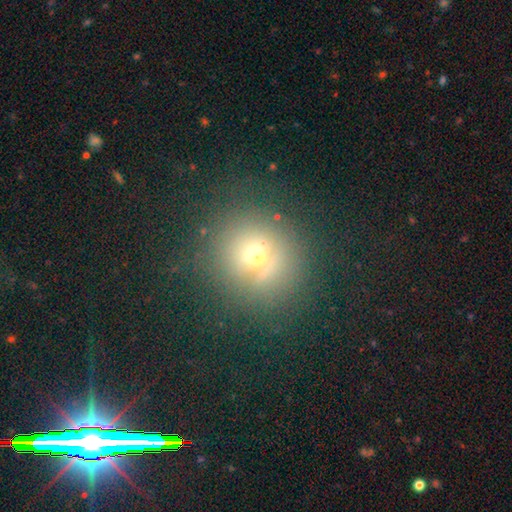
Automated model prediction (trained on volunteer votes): smooth 60%, star or artifact 22%, featured or disk 18%. Down the decision tree: how rounded — round (90%); merging — none (72%).